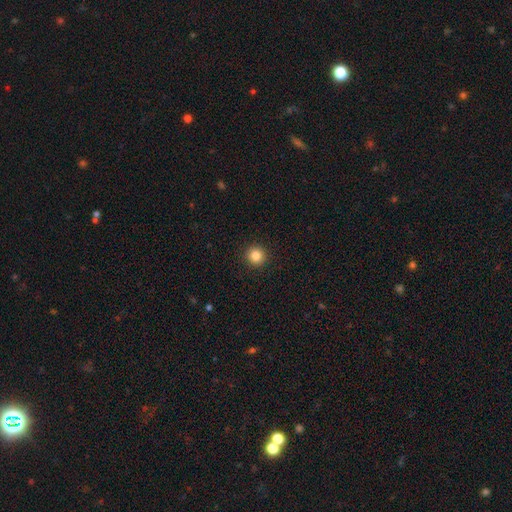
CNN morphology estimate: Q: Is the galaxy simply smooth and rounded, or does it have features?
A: smooth — 84%.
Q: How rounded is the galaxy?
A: round — 95%.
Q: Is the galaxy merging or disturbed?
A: none — 93%.